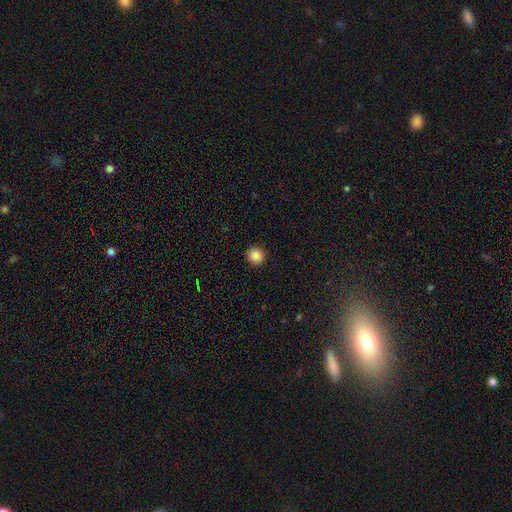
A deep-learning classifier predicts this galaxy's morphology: smooth 87%, star or artifact 10%, featured or disk 3%. Down the decision tree: how rounded — round (95%); merging — none (93%).